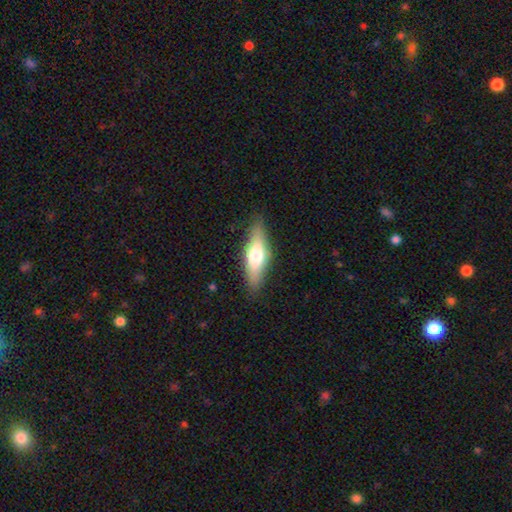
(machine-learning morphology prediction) smooth-or-featured: smooth: 59% | featured or disk: 35% | star or artifact: 6%
  how-rounded: cigar-shaped: 50% | in between: 47% | round: 2%
  merging: none: 85% | minor disturbance: 12% | major disturbance: 3% | merger: 1%